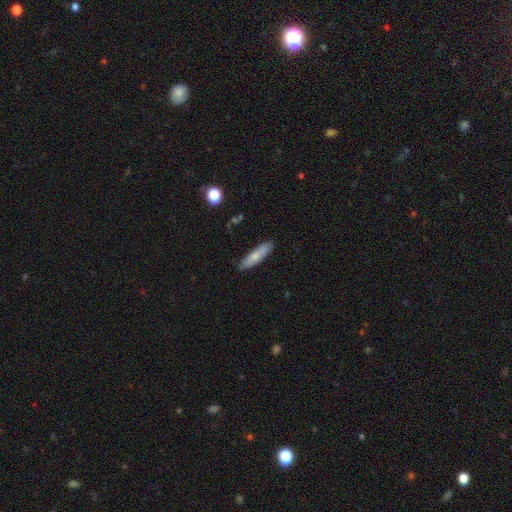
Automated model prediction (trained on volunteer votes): smooth 73%, featured or disk 21%, star or artifact 6%. Down the decision tree: how rounded — cigar-shaped (78%); merging — none (86%).